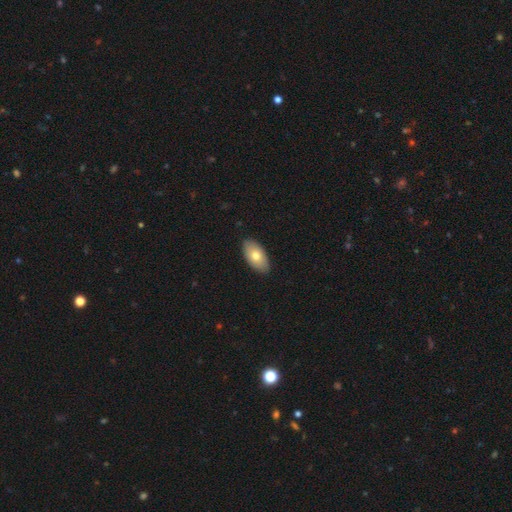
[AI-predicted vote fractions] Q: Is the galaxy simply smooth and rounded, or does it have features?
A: smooth — 71%.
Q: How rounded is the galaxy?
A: in between — 94%.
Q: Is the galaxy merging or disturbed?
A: none — 88%.